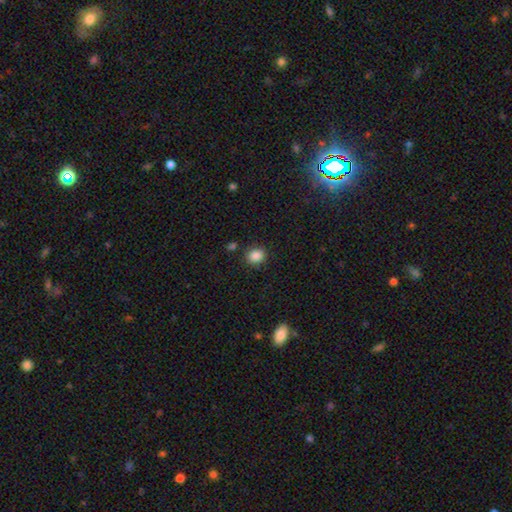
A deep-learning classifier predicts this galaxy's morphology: Smooth or featured: smooth — 87% (star or artifact — 10%)
How rounded: round — 66% (in between — 33%)
Merging: none — 84% (minor disturbance — 10%)